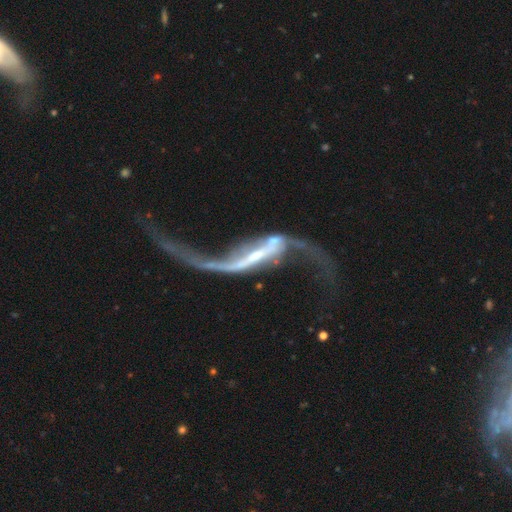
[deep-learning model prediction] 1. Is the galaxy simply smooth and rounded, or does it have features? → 90% featured or disk, 5% star or artifact, 5% smooth.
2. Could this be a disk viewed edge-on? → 85% no, 15% yes.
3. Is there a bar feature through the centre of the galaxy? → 64% strong, 23% weak, 13% no.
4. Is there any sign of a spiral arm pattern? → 89% yes, 11% no.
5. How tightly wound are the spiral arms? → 94% loose, 4% medium, 2% tight.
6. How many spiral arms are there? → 90% 2, 5% 1, 2% can't tell, 1% 3, 1% 4, 1% more than 4.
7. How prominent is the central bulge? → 63% small, 23% moderate, 9% none, 3% large, 2% dominant.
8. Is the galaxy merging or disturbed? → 35% major disturbance, 33% none, 20% merger, 12% minor disturbance.